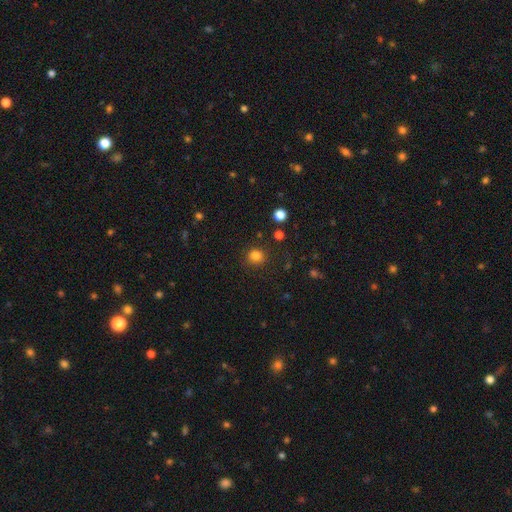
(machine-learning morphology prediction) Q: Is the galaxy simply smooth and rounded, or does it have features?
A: smooth — 82%.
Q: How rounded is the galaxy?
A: round — 78%.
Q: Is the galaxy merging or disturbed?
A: none — 85%.